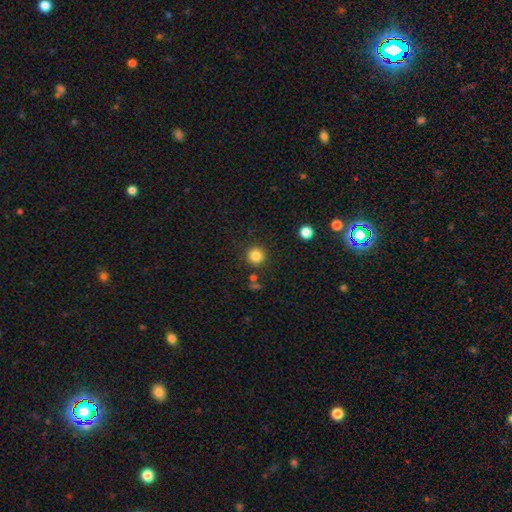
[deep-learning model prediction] Smooth or featured: smooth — 84% (star or artifact — 11%)
How rounded: round — 95% (in between — 4%)
Merging: none — 89% (minor disturbance — 6%)